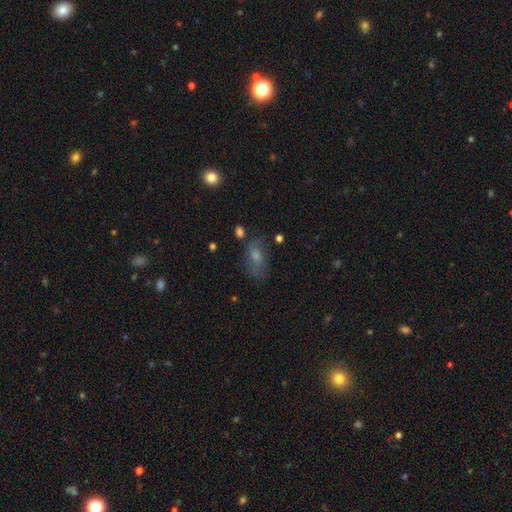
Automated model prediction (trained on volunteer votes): A smooth galaxy with no disk features (45%). Merging: none (66%).